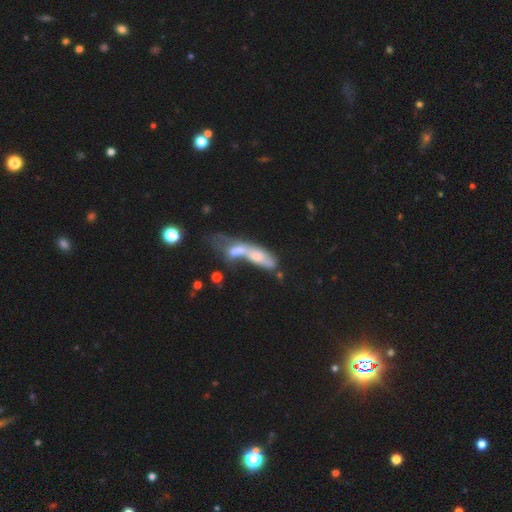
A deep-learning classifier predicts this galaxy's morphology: The model was most divided on "smooth or featured": smooth: 50%, featured or disk: 41%, star or artifact: 9%. More confident: merging — merger (69%); how rounded — in between (55%).